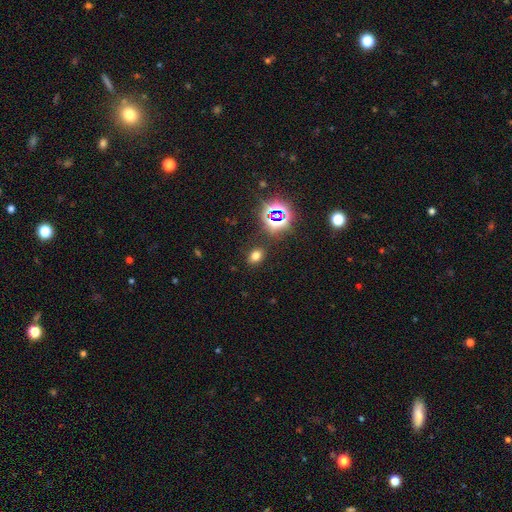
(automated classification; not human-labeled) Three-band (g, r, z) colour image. It shows a smooth galaxy with no disk features (65%) that is in between round and cigar-shaped (66%). Merging: none (85%).